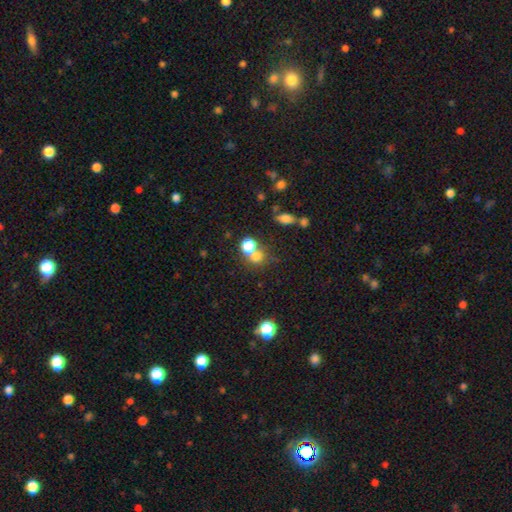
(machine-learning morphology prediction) smooth_or_featured: smooth (p=0.70) [alt: star or artifact p=0.21]
how_rounded: round (p=0.81) [alt: in between p=0.18]
merging: none (p=0.50) [alt: merger p=0.36]